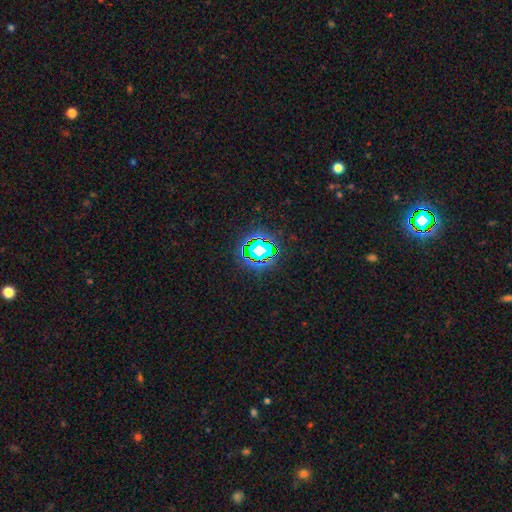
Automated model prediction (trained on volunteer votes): Smooth or featured?
  - star or artifact: 78% *
  - smooth: 14%
  - featured or disk: 8%